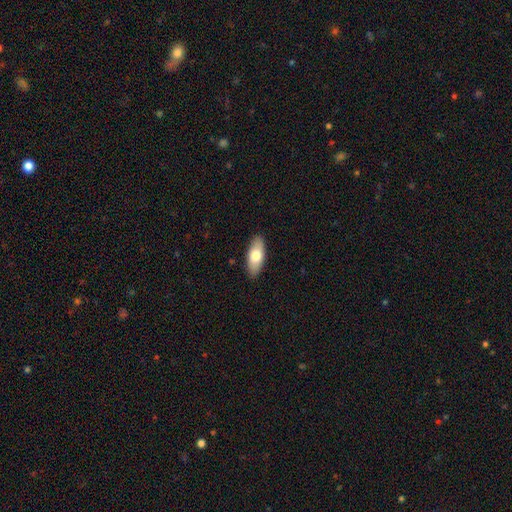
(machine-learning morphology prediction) Smooth or featured? smooth (74%)
How rounded? in between (83%)
Merging? none (89%)